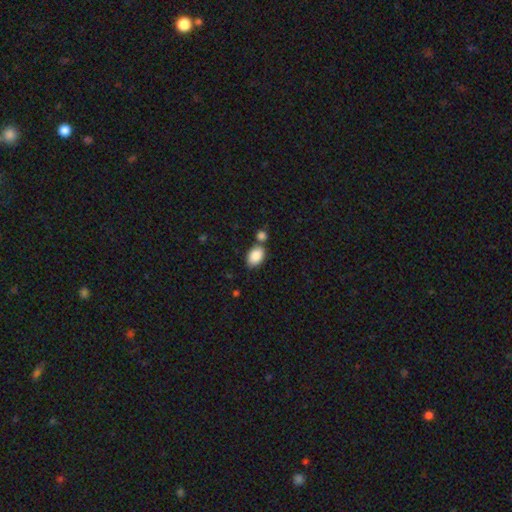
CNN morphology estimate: A smooth galaxy with no disk features (88%) that is in between round and cigar-shaped (89%).

Vote fractions:
- Smooth or featured? smooth: 88% / star or artifact: 7% / featured or disk: 5%
- How rounded? in between: 89% / round: 10% / cigar-shaped: 1%
- Merging? none: 59% / merger: 24% / minor disturbance: 13% / major disturbance: 4%